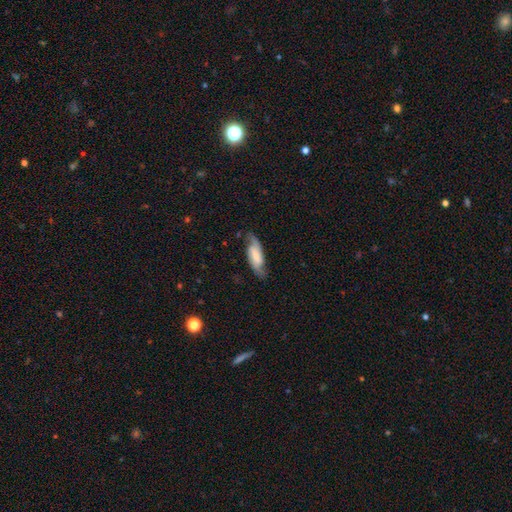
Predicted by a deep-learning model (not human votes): featured or disk 63%, smooth 31%, star or artifact 7%. Down the decision tree: edge-on disk — no (87%); bar — weak (39%); spiral arms — yes (93%); spiral arm count — 2 (88%); spiral winding — medium (41%, tied with loose); bulge size — none (34%); merging — none (72%).